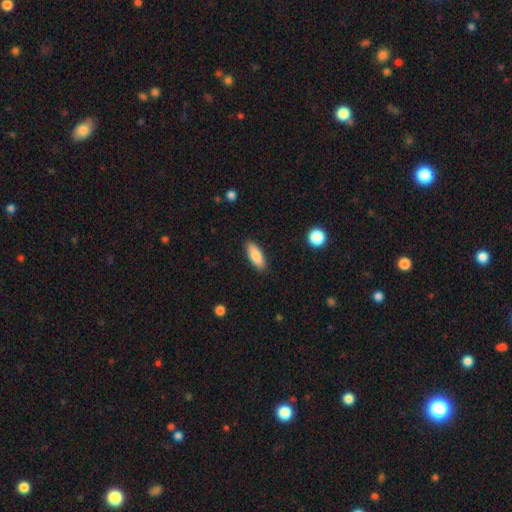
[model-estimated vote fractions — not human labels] Smooth or featured?
  - smooth: 84% *
  - featured or disk: 10%
  - star or artifact: 6%
How rounded?
  - in between: 68% *
  - cigar-shaped: 30%
  - round: 2%
Merging?
  - none: 88% *
  - minor disturbance: 9%
  - major disturbance: 2%
  - merger: 1%